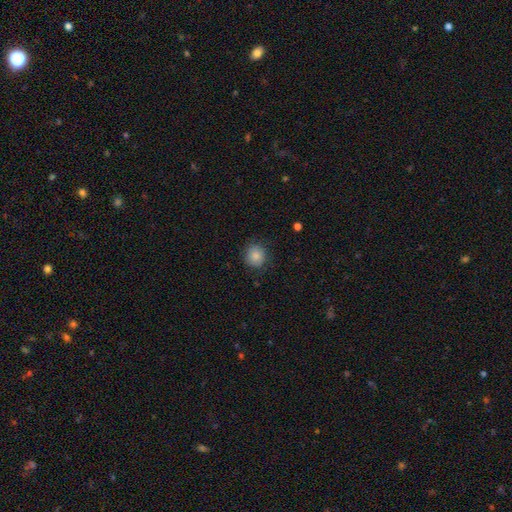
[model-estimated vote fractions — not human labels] smooth_or_featured: smooth (p=0.85) [alt: star or artifact p=0.09]
how_rounded: round (p=0.87) [alt: in between p=0.12]
merging: none (p=0.84) [alt: minor disturbance p=0.12]